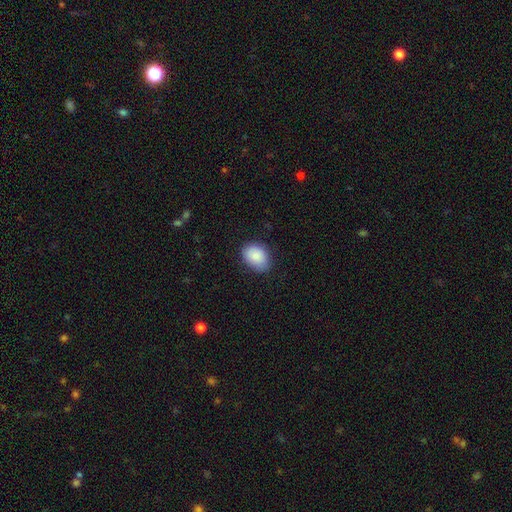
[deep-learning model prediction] Smooth or featured? smooth (87%)
How rounded? in between (73%)
Merging? none (79%)